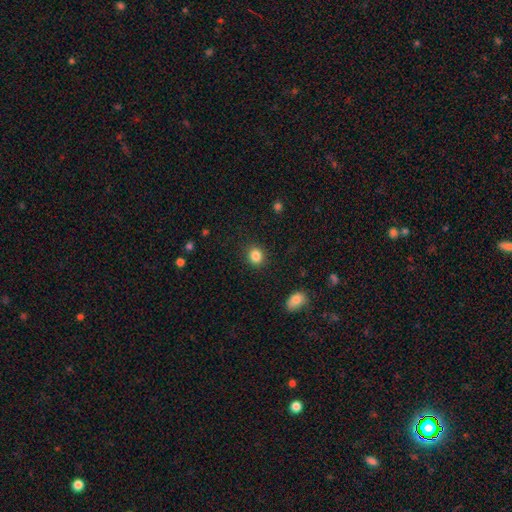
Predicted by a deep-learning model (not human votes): smooth-or-featured: smooth: 85% | star or artifact: 10% | featured or disk: 4%
  how-rounded: round: 75% | in between: 24% | cigar-shaped: 1%
  merging: none: 89% | minor disturbance: 7% | major disturbance: 2% | merger: 1%